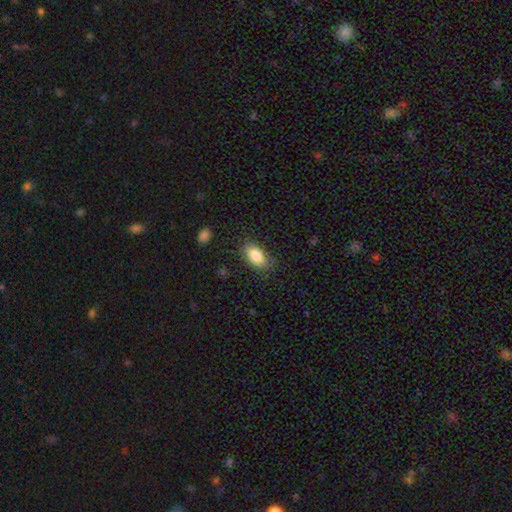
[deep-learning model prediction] Smooth or featured? smooth (86%)
How rounded? in between (91%)
Merging? none (82%)